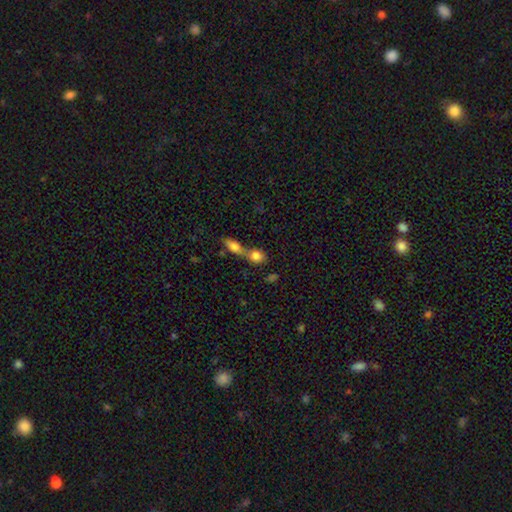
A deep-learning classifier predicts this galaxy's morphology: Overall: smooth (81%). How rounded: round (54%; in between 41%). Merging: merger (64%; none 27%).